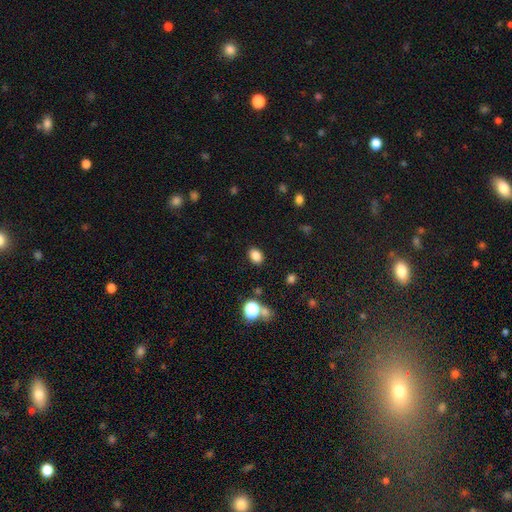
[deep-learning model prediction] smooth_or_featured: smooth (p=0.83) [alt: star or artifact p=0.12]
how_rounded: in between (p=0.66) [alt: round p=0.33]
merging: none (p=0.87) [alt: minor disturbance p=0.08]